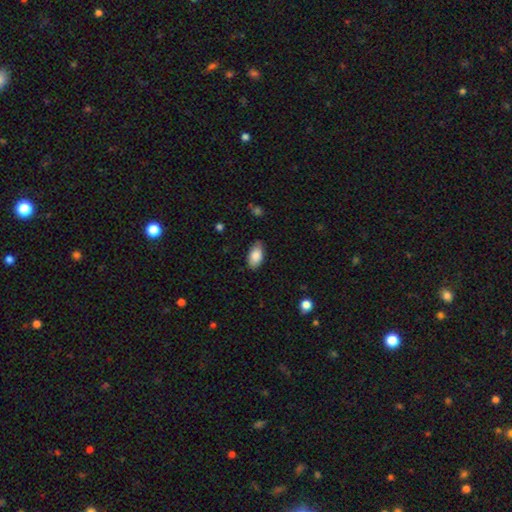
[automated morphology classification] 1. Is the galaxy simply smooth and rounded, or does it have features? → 85% smooth, 9% featured or disk, 7% star or artifact.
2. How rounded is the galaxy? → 94% in between, 3% round, 3% cigar-shaped.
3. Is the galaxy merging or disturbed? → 81% none, 16% minor disturbance, 3% major disturbance, 1% merger.